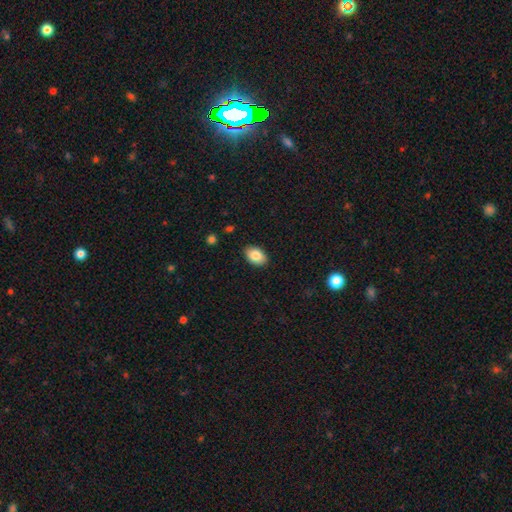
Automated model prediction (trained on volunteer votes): Overall: smooth (86%). How rounded: in between (89%). Merging: none (88%).